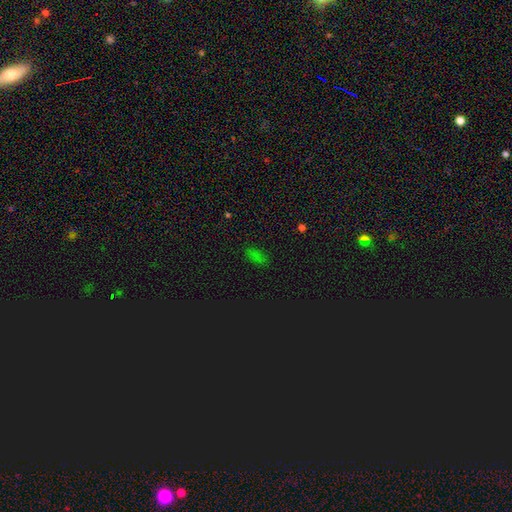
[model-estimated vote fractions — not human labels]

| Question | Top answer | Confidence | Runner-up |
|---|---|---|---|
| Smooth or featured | smooth | 55% | star or artifact (38%) |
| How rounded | in between | 82% | round (10%) |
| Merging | none | 83% | minor disturbance (12%) |